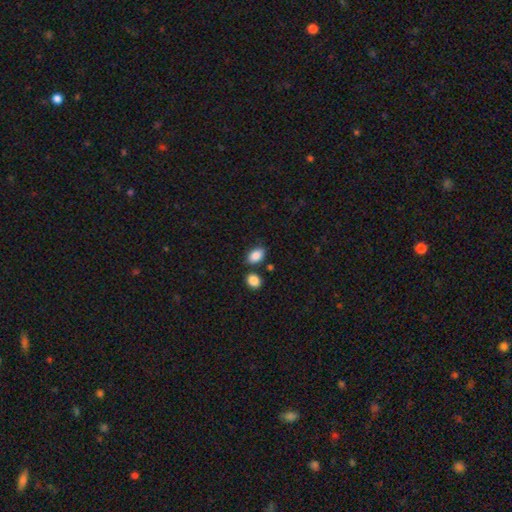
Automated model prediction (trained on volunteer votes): The model was most divided on "merging": none: 73%, minor disturbance: 13%, merger: 10%, major disturbance: 3%. More confident: smooth or featured — smooth (88%); how rounded — in between (87%).